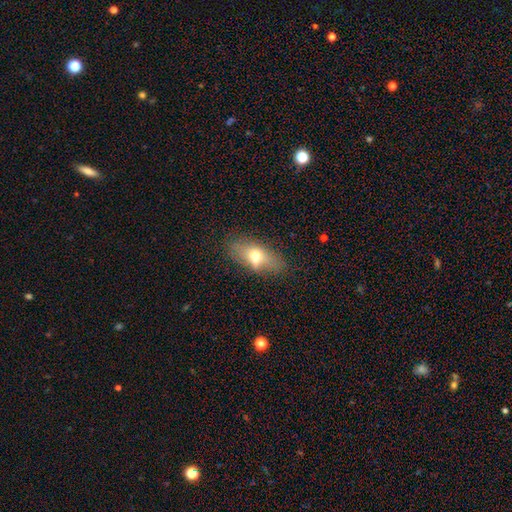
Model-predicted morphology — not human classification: Smooth or featured? smooth (61%)
How rounded? in between (82%)
Merging? none (70%)